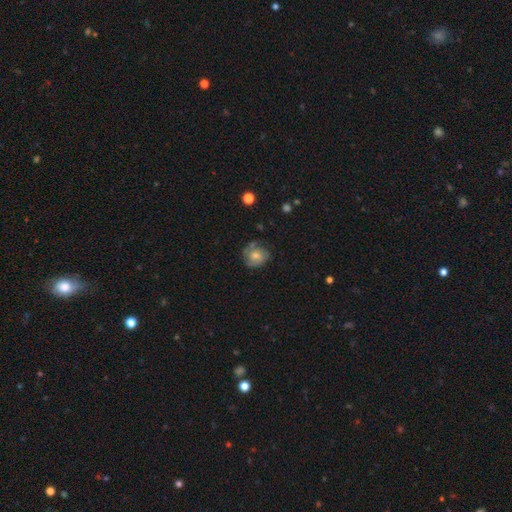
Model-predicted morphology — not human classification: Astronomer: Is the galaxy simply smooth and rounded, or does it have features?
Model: smooth — 50% (runner-up: featured or disk, 42%).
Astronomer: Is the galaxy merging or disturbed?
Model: none — 61%.